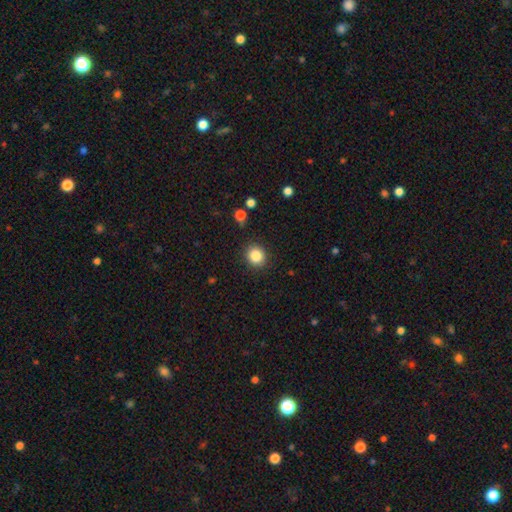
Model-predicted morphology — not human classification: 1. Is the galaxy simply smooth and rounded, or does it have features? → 86% smooth, 10% star or artifact, 4% featured or disk.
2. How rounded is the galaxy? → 86% round, 13% in between, 1% cigar-shaped.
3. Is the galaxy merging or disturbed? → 88% none, 8% minor disturbance, 3% major disturbance, 2% merger.